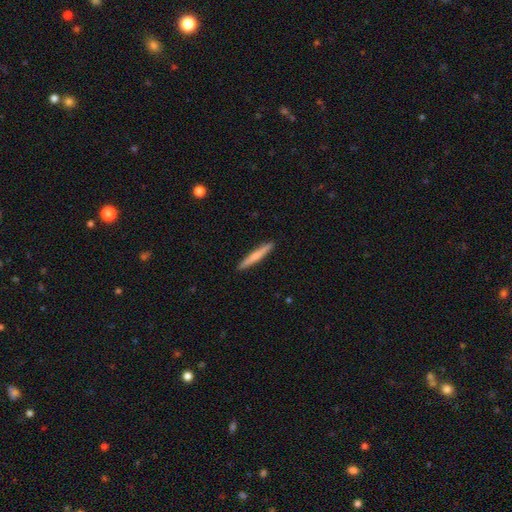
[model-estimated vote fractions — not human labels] Smooth or featured: smooth — 60% (featured or disk — 34%)
How rounded: cigar-shaped — 96% (in between — 3%)
Merging: none — 92% (minor disturbance — 6%)